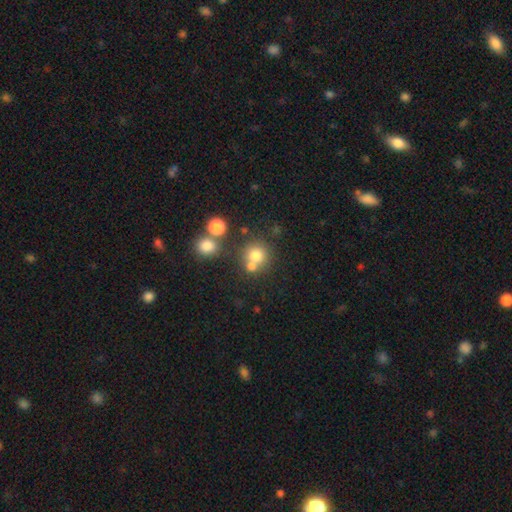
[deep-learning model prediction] This is likely a smooth galaxy (74%). How rounded: clearly round (89%). Merging: possibly none (57%).